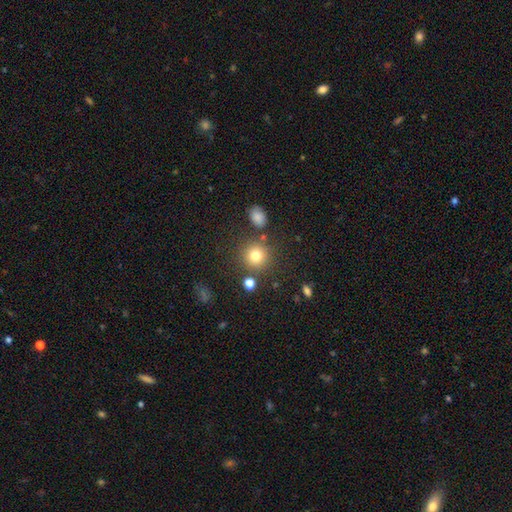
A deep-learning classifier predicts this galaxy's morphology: smooth_or_featured: smooth (p=0.78) [alt: star or artifact p=0.14]
how_rounded: round (p=0.92) [alt: in between p=0.07]
merging: none (p=0.81) [alt: minor disturbance p=0.09]